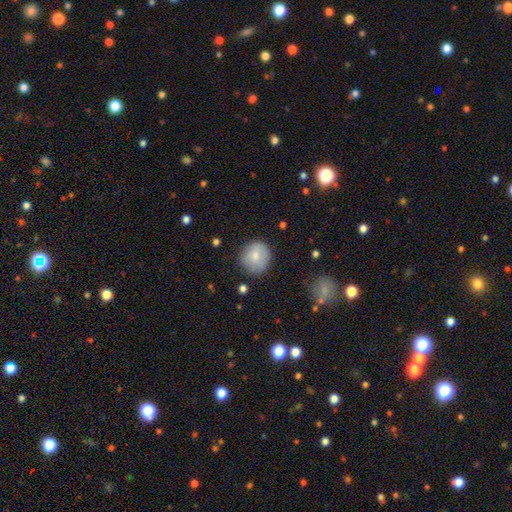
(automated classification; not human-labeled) A smooth galaxy with no disk features (79%) that is round (84%).

Vote fractions:
- Smooth or featured? smooth: 79% / featured or disk: 14% / star or artifact: 8%
- How rounded? round: 84% / in between: 15% / cigar-shaped: 1%
- Merging? none: 77% / minor disturbance: 17% / major disturbance: 4% / merger: 2%